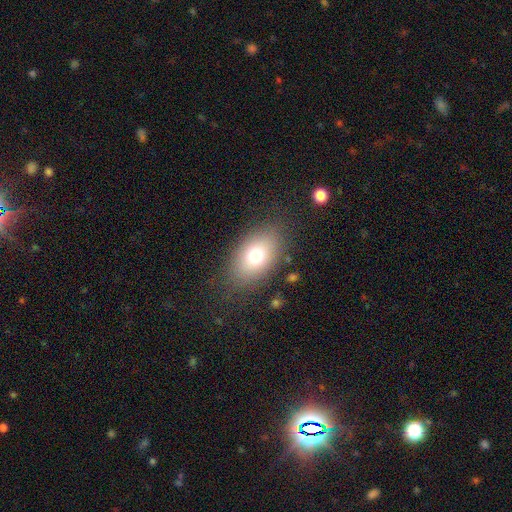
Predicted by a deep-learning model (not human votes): Overall: smooth (73%). How rounded: in between (84%). Merging: none (79%).